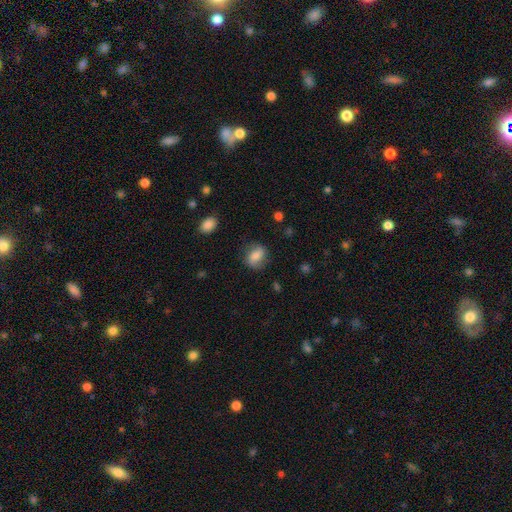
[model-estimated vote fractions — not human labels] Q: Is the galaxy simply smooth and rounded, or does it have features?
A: smooth — 66%.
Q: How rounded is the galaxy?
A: in between — 50%.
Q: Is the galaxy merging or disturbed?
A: none — 76%.